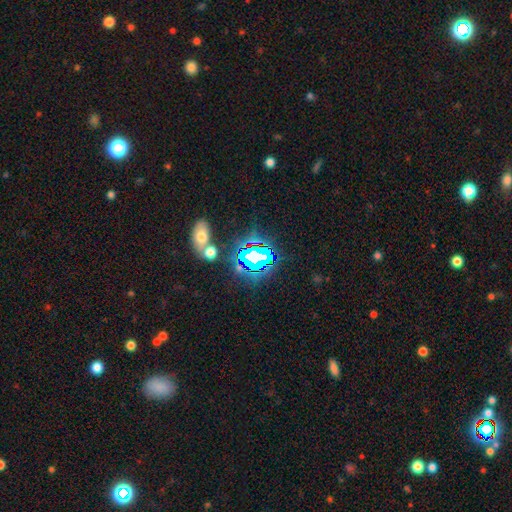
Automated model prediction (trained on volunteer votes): Smooth or featured?
  - star or artifact: 68% *
  - smooth: 19%
  - featured or disk: 13%